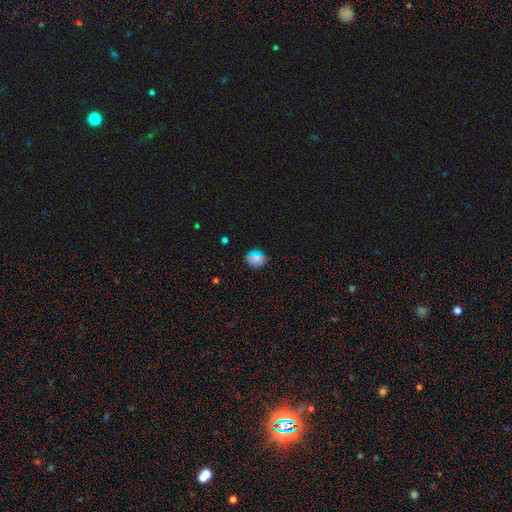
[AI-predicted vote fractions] Q: Smooth or featured?
A: smooth (73%); runner-up: star or artifact (19%)
Q: How rounded?
A: round (77%); runner-up: in between (21%)
Q: Merging?
A: none (83%); runner-up: minor disturbance (12%)